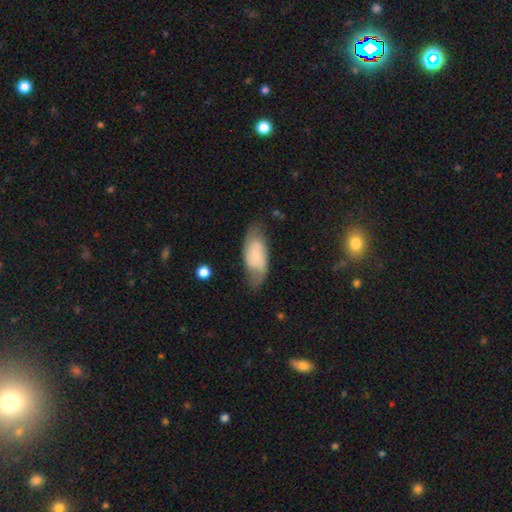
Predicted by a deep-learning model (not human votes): smooth_or_featured: featured or disk (p=0.52) [alt: smooth p=0.41]
disk_edge_on: no (p=0.92) [alt: yes p=0.08]
merging: none (p=0.66) [alt: minor disturbance p=0.23]